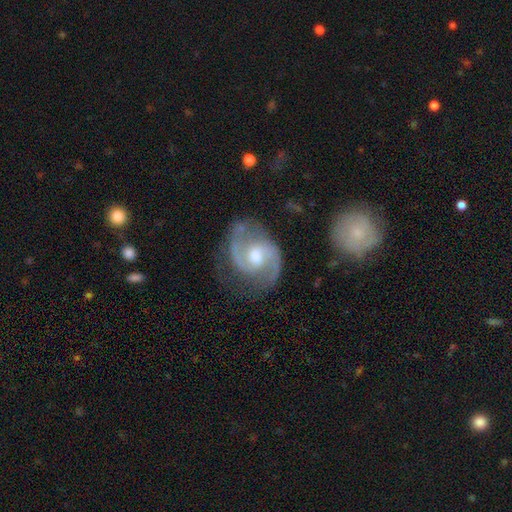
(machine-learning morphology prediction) Overall: featured or disk (90%). Edge-on disk: no (98%). Bar: weak (48%; no 43%). Spiral arms: yes (97%). Spiral arm count: 2 (90%). Spiral winding: medium (59%; tight 24%). Bulge size: moderate (68%). Merging: none (69%).